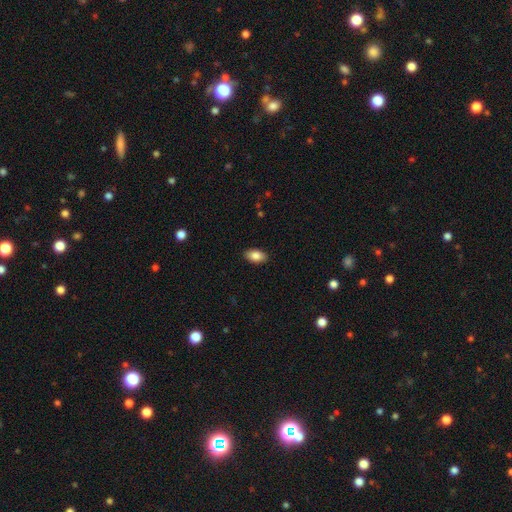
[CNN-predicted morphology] The model was most divided on "smooth or featured": smooth: 85%, featured or disk: 7%, star or artifact: 7%. More confident: how rounded — in between (93%); merging — none (89%).